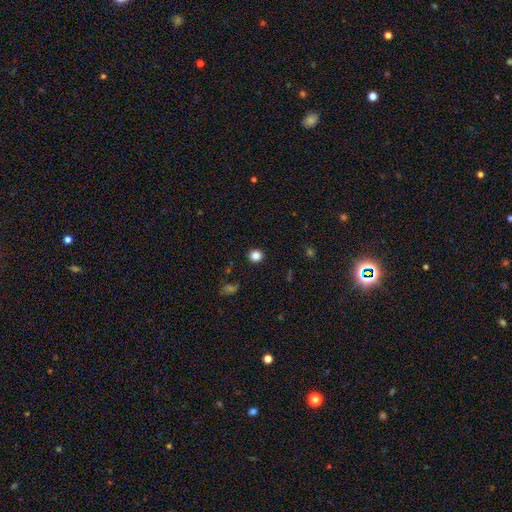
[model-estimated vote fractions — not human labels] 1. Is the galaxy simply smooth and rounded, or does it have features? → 84% smooth, 12% star or artifact, 4% featured or disk.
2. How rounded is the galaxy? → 91% round, 9% in between, 1% cigar-shaped.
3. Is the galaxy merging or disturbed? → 92% none, 5% minor disturbance, 2% major disturbance, 1% merger.